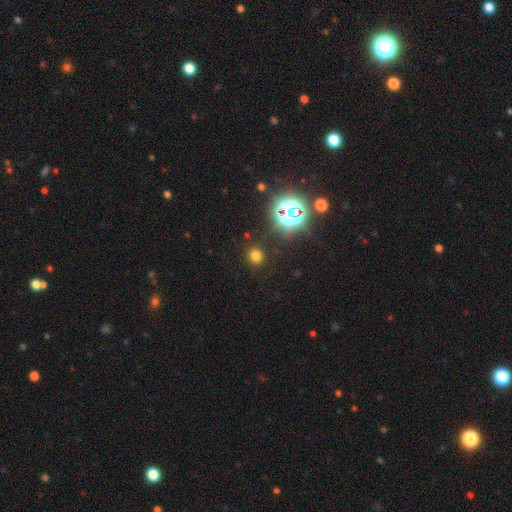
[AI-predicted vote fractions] Smooth or featured? Predicted: smooth (p=0.68). How rounded? Predicted: round (p=0.88). Merging? Predicted: none (p=0.87).